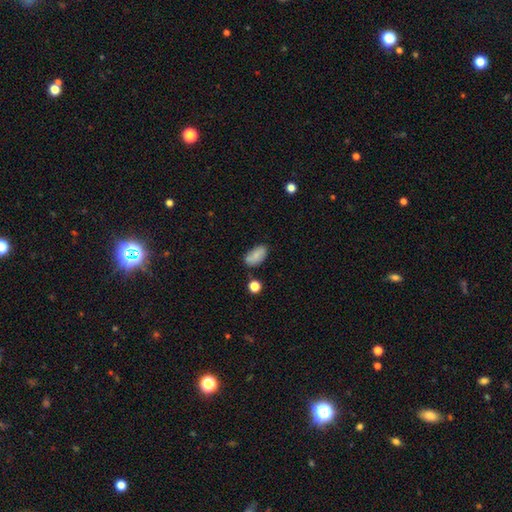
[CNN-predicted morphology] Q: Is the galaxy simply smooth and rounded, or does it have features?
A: smooth — 79%.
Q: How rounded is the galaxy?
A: in between — 92%.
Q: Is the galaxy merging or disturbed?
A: none — 71%.